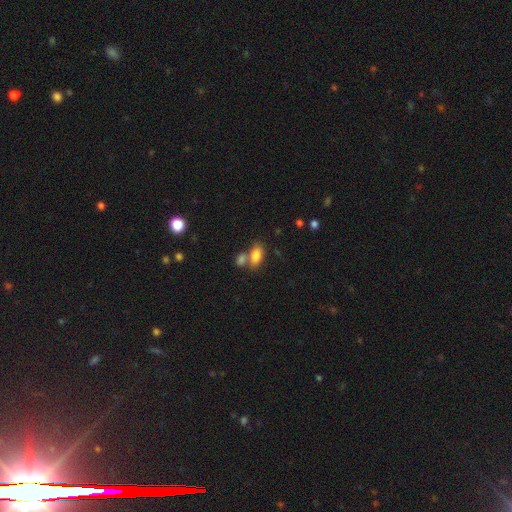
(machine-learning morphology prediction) A smooth galaxy with no disk features (83%) that is in between round and cigar-shaped (90%). Merging: none (46%).